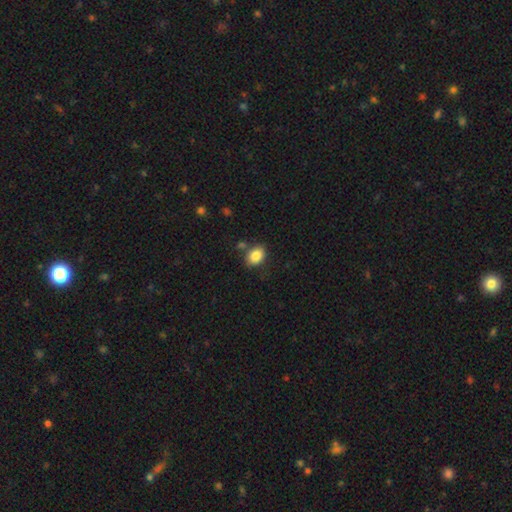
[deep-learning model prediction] Smooth or featured?
  - smooth: 86% *
  - star or artifact: 8%
  - featured or disk: 6%
How rounded?
  - in between: 71% *
  - round: 28%
  - cigar-shaped: 1%
Merging?
  - none: 75% *
  - minor disturbance: 13%
  - merger: 8%
  - major disturbance: 4%